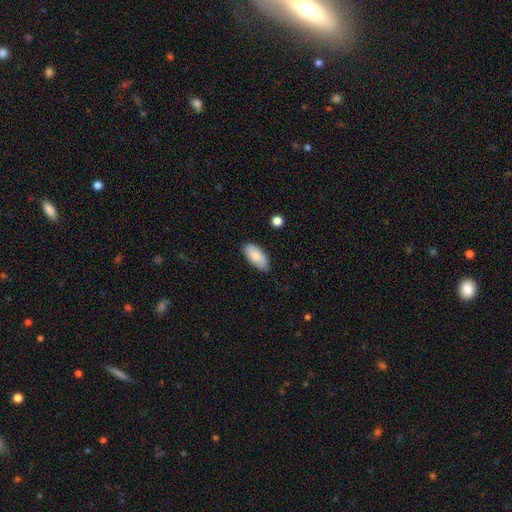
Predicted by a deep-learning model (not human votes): smooth-or-featured: smooth: 82% | featured or disk: 12% | star or artifact: 6%
  how-rounded: in between: 91% | cigar-shaped: 7% | round: 2%
  merging: none: 76% | minor disturbance: 19% | major disturbance: 3% | merger: 2%